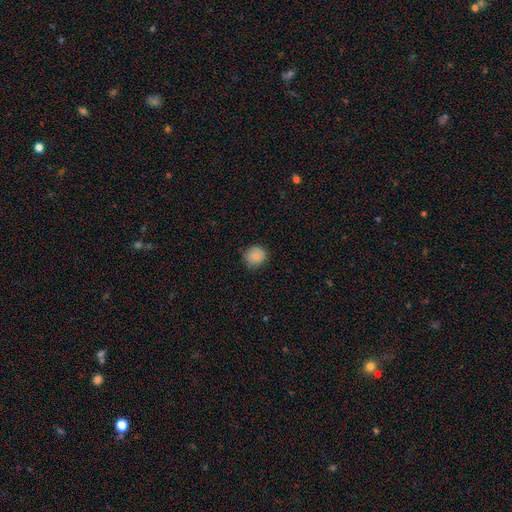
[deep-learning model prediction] smooth_or_featured: smooth (p=0.82) [alt: featured or disk p=0.10]
how_rounded: round (p=0.89) [alt: in between p=0.10]
merging: none (p=0.79) [alt: minor disturbance p=0.17]